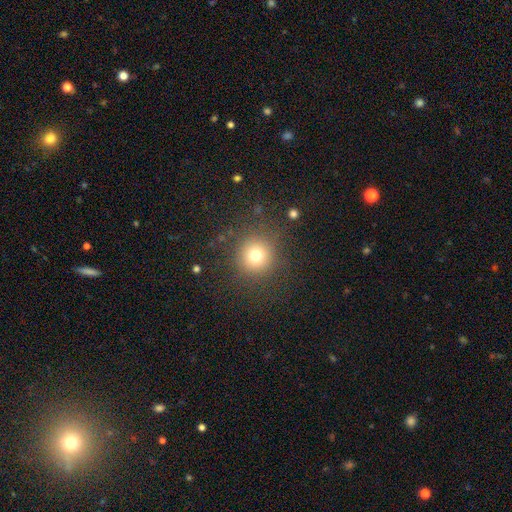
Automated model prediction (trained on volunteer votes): This is likely a smooth galaxy (74%). How rounded: clearly round (94%). Merging: clearly none (86%).